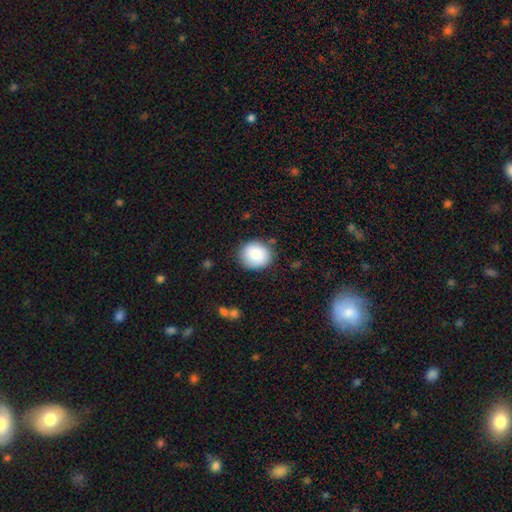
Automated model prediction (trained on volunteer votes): Smooth or featured?
  - smooth: 87% *
  - star or artifact: 7%
  - featured or disk: 5%
How rounded?
  - round: 78% *
  - in between: 21%
  - cigar-shaped: 1%
Merging?
  - none: 83% *
  - minor disturbance: 12%
  - major disturbance: 3%
  - merger: 2%